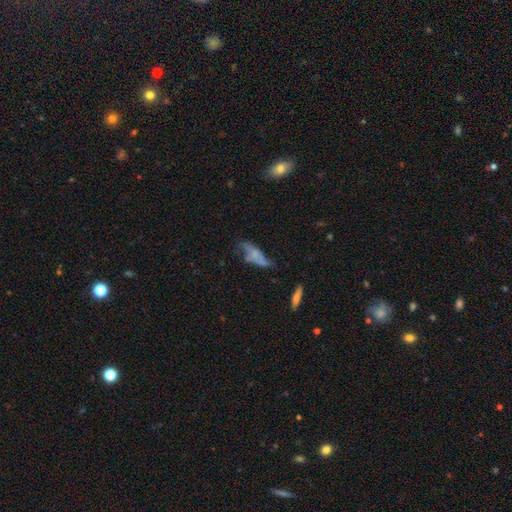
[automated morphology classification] Smooth or featured? featured or disk (47%)
Merging? none (36%)